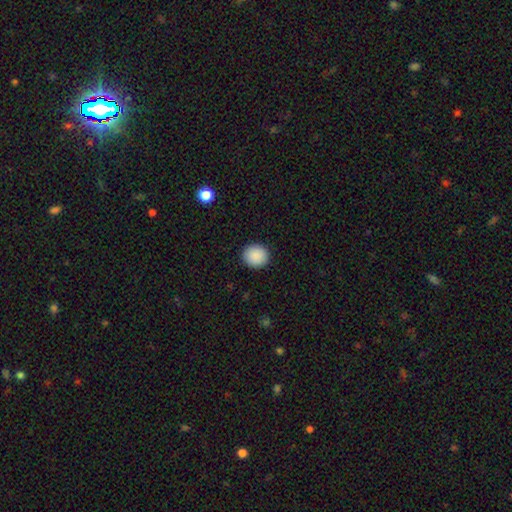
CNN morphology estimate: Smooth or featured? Predicted: smooth (p=0.90). How rounded? Predicted: round (p=0.86). Merging? Predicted: none (p=0.92).